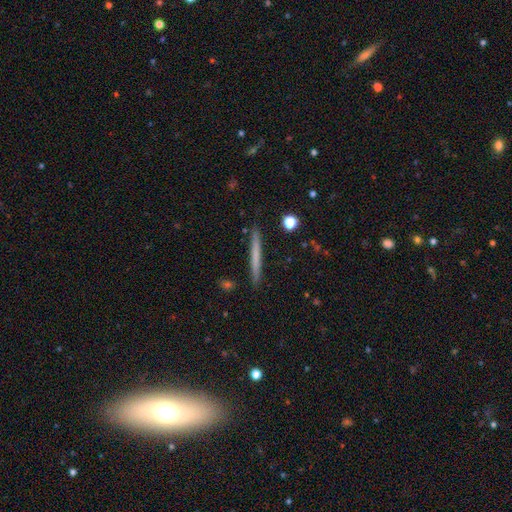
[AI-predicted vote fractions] Morphology: type=smooth (60%); roundness=cigar-shaped (97%); merging=none (91%).